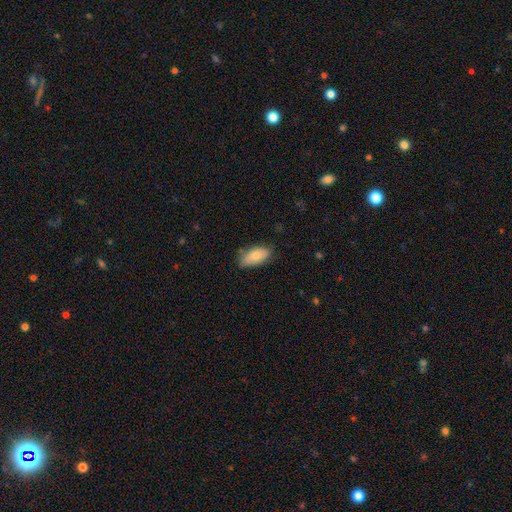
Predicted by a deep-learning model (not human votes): smooth_or_featured: smooth (p=0.81) [alt: featured or disk p=0.12]
how_rounded: in between (p=0.91) [alt: cigar-shaped p=0.06]
merging: none (p=0.70) [alt: minor disturbance p=0.24]